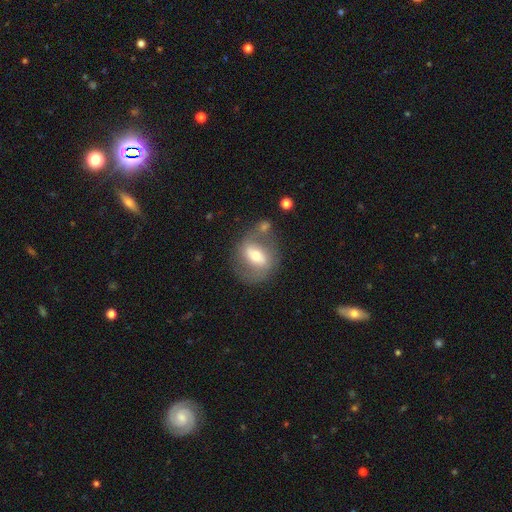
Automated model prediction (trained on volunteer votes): Smooth or featured? Predicted: featured or disk (p=0.56). Edge-on disk? Predicted: no (p=0.91). Bar? Predicted: strong (p=0.44). Spiral arms? Predicted: yes (p=0.51). Bulge size? Predicted: moderate (p=0.66). Merging? Predicted: none (p=0.58).